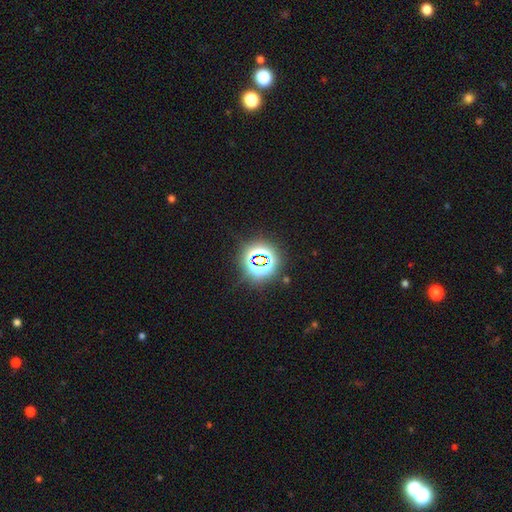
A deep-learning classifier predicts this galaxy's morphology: Smooth or featured? star or artifact (74%)